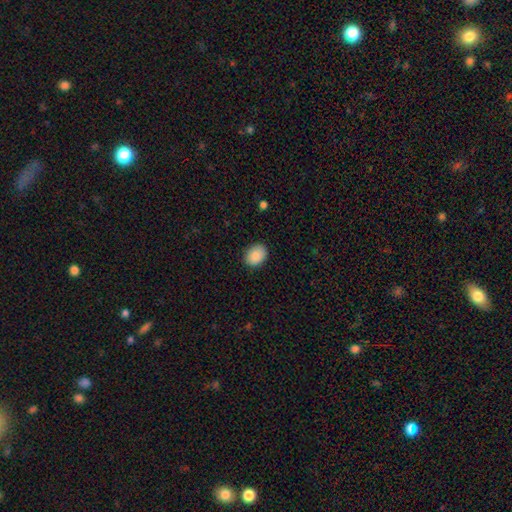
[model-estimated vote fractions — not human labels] Morphology: type=smooth (89%); roundness=in between (59%); merging=none (87%).